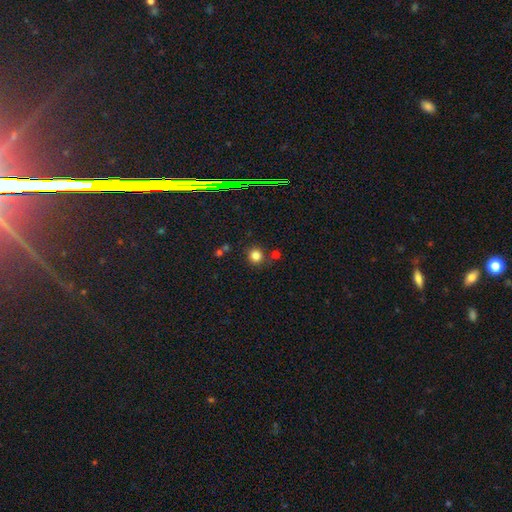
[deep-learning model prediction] A smooth galaxy with no disk features (79%) that is round (88%).

Vote fractions:
- Smooth or featured? smooth: 79% / star or artifact: 15% / featured or disk: 6%
- How rounded? round: 88% / in between: 11% / cigar-shaped: 1%
- Merging? none: 77% / merger: 10% / minor disturbance: 9% / major disturbance: 3%